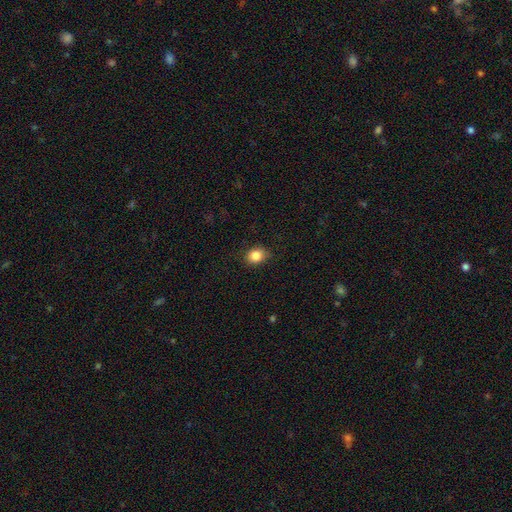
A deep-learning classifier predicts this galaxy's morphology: A smooth galaxy with no disk features (85%) that is round (61%).

Vote fractions:
- Smooth or featured? smooth: 85% / star or artifact: 10% / featured or disk: 5%
- How rounded? round: 61% / in between: 38% / cigar-shaped: 1%
- Merging? none: 84% / minor disturbance: 12% / major disturbance: 3% / merger: 1%